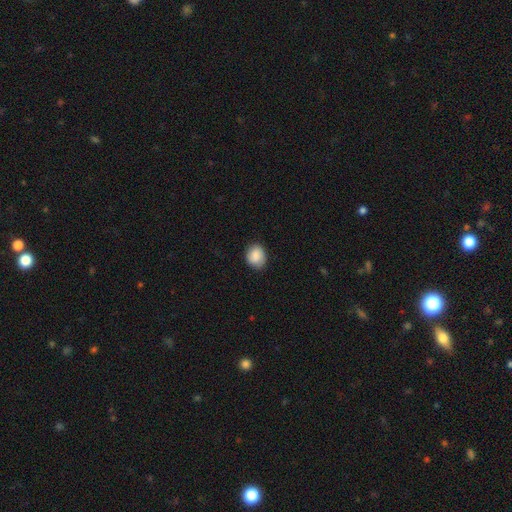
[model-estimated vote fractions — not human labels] smooth_or_featured: smooth (p=0.86) [alt: star or artifact p=0.07]
how_rounded: round (p=0.56) [alt: in between p=0.43]
merging: none (p=0.83) [alt: minor disturbance p=0.14]